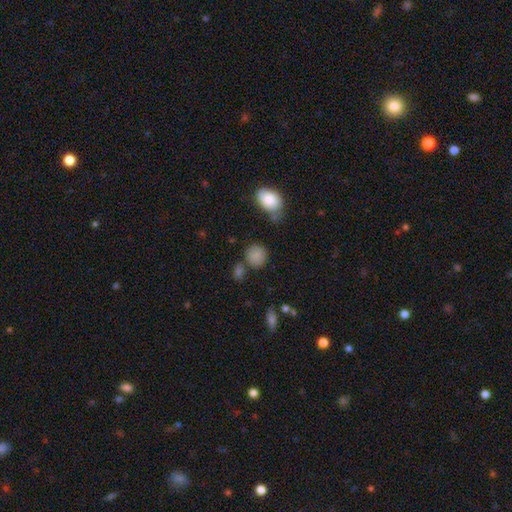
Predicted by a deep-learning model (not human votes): A smooth galaxy with no disk features (84%) that is round (81%). Merging: none (70%).